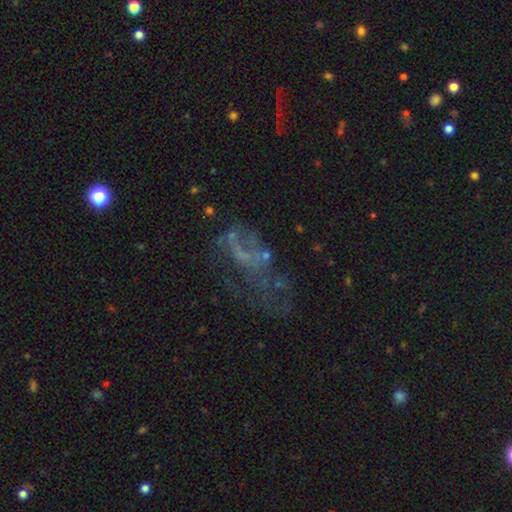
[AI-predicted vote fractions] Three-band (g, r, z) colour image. It shows a featured or disk galaxy (51%). Merging: major disturbance (42%).